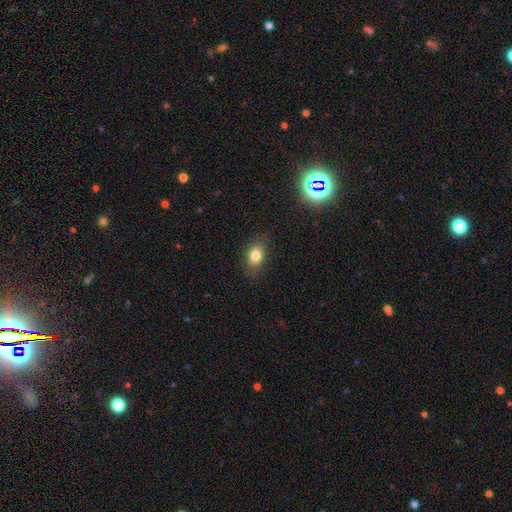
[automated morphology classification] Overall: smooth (80%). How rounded: in between (74%). Merging: none (81%).